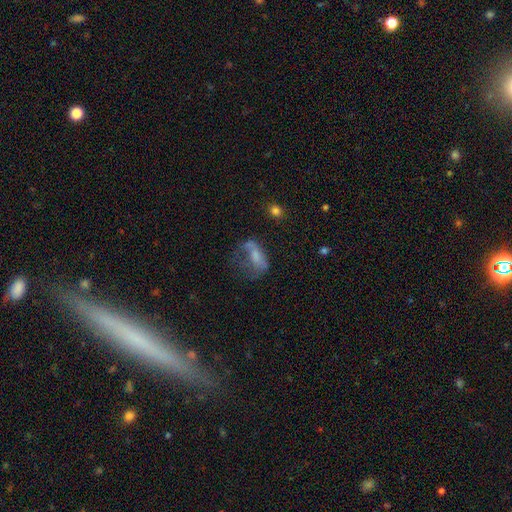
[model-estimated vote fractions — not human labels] smooth 50%, featured or disk 37%, star or artifact 13%. Down the decision tree: merging — major disturbance (51%).